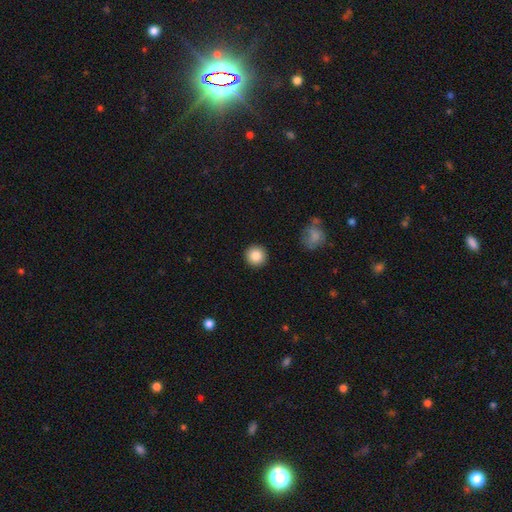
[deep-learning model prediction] Morphology: type=smooth (86%); roundness=round (95%); merging=none (93%).